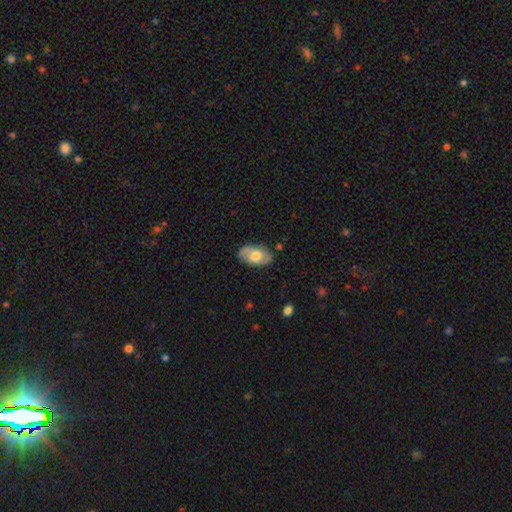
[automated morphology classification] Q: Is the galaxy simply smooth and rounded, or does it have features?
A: smooth — 57%.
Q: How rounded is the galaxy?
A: in between — 92%.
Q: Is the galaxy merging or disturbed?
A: none — 80%.